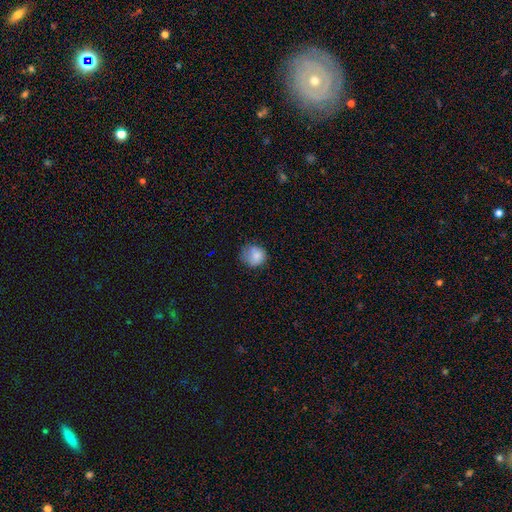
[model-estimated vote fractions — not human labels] smooth_or_featured: smooth (p=0.81) [alt: featured or disk p=0.10]
how_rounded: round (p=0.80) [alt: in between p=0.19]
merging: none (p=0.60) [alt: minor disturbance p=0.27]